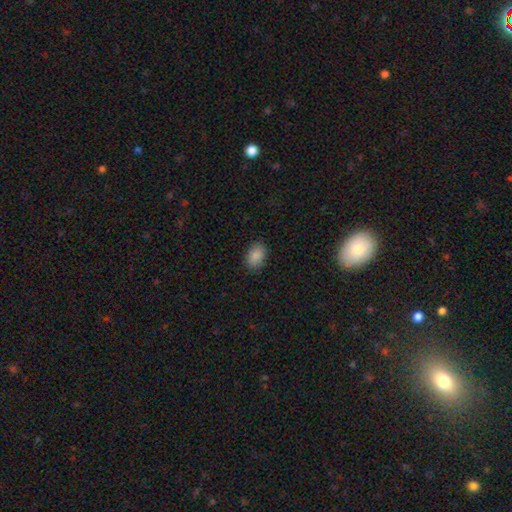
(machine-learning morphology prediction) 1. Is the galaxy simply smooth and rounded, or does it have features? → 89% smooth, 8% star or artifact, 4% featured or disk.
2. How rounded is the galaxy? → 86% in between, 13% round, 1% cigar-shaped.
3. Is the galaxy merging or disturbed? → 87% none, 9% minor disturbance, 2% major disturbance, 1% merger.